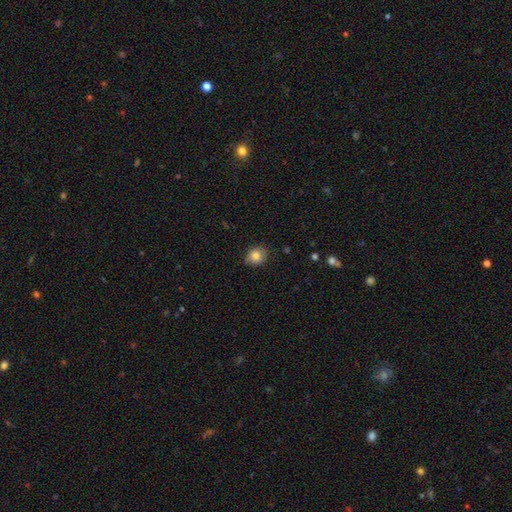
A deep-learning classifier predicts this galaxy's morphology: Smooth or featured?
  - smooth: 81% *
  - featured or disk: 10%
  - star or artifact: 9%
How rounded?
  - round: 58% *
  - in between: 41%
  - cigar-shaped: 1%
Merging?
  - none: 78% *
  - minor disturbance: 18%
  - major disturbance: 3%
  - merger: 1%